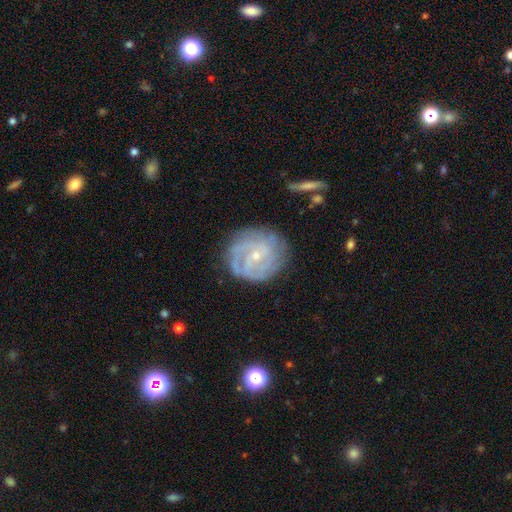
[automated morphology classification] This is clearly a featured or disk galaxy (84%). It is clearly not viewed edge-on (97%). Bar: possibly no (57%). Spiral arm pattern: clearly yes (95%). Spiral arm count: marginally can't tell (29%). Spiral winding: likely tight (70%). Central bulge: likely small (77%). Merging: likely none (77%).